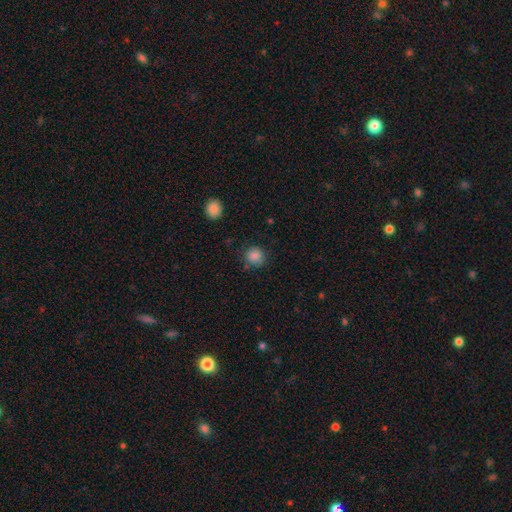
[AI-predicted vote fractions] Smooth or featured?
  - smooth: 86% *
  - star or artifact: 10%
  - featured or disk: 4%
How rounded?
  - round: 85% *
  - in between: 14%
  - cigar-shaped: 1%
Merging?
  - none: 78% *
  - minor disturbance: 16%
  - major disturbance: 4%
  - merger: 2%